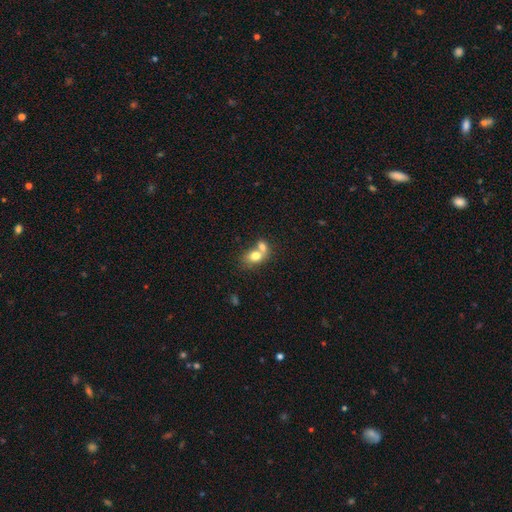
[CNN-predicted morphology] Overall: smooth (74%). How rounded: in between (65%; round 34%). Merging: merger (64%).